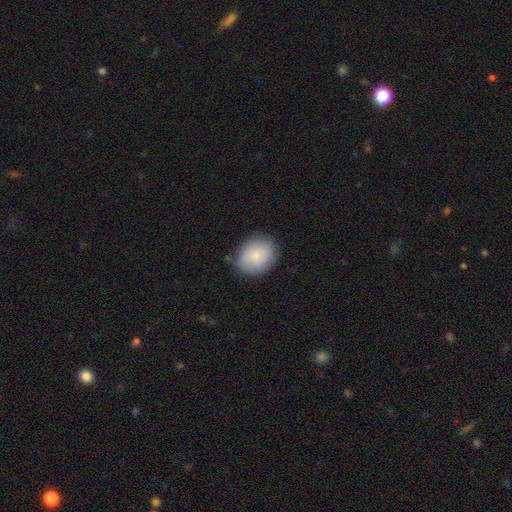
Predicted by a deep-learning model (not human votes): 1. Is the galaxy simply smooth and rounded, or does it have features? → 81% smooth, 12% featured or disk, 7% star or artifact.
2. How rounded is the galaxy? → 51% round, 48% in between, 1% cigar-shaped.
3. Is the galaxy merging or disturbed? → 79% none, 16% minor disturbance, 4% major disturbance, 2% merger.